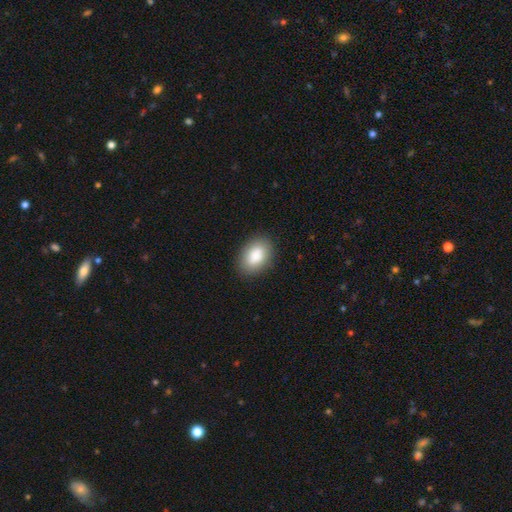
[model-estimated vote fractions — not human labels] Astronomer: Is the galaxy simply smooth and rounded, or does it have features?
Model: smooth — 87%.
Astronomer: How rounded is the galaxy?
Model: in between — 85%.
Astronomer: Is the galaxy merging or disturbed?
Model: none — 86%.